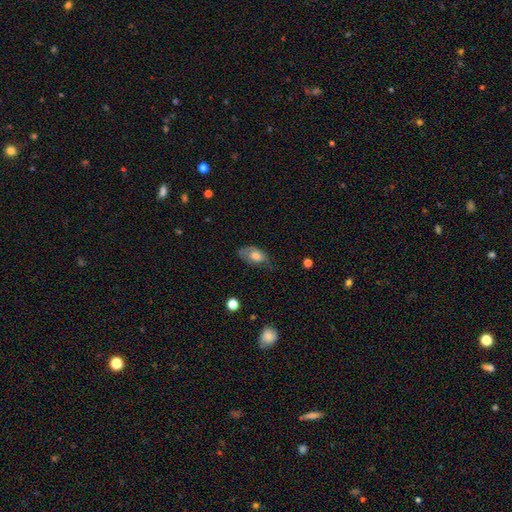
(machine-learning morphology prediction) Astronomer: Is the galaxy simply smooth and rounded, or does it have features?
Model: smooth — 60%.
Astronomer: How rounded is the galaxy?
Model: in between — 89%.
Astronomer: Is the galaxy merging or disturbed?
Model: none — 48% (runner-up: minor disturbance, 34%).